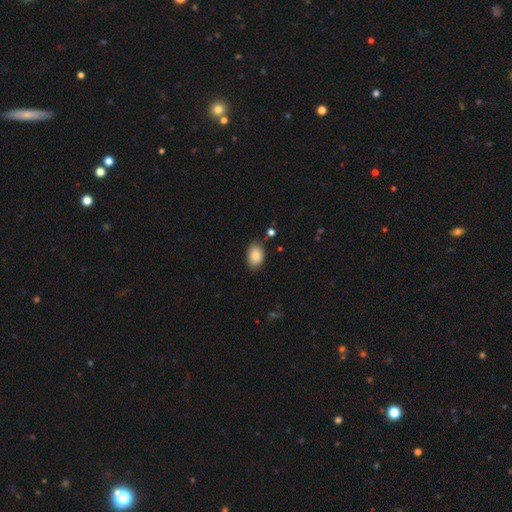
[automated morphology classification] smooth 84%, featured or disk 9%, star or artifact 8%. Down the decision tree: how rounded — in between (84%); merging — none (80%).